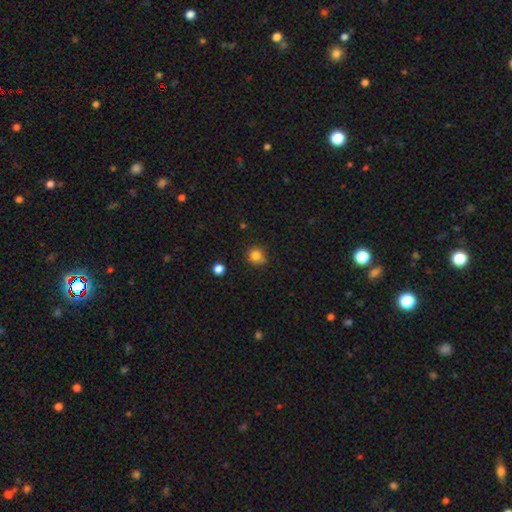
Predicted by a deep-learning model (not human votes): This is clearly a smooth galaxy (81%). How rounded: clearly round (87%). Merging: likely none (70%).